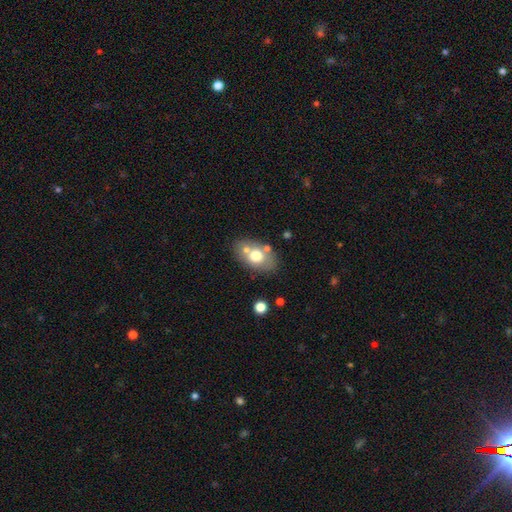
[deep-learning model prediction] A smooth galaxy with no disk features (65%) that is in between round and cigar-shaped (83%).

Vote fractions:
- Smooth or featured? smooth: 65% / featured or disk: 26% / star or artifact: 8%
- How rounded? in between: 83% / round: 16% / cigar-shaped: 1%
- Merging? none: 67% / merger: 15% / minor disturbance: 14% / major disturbance: 4%